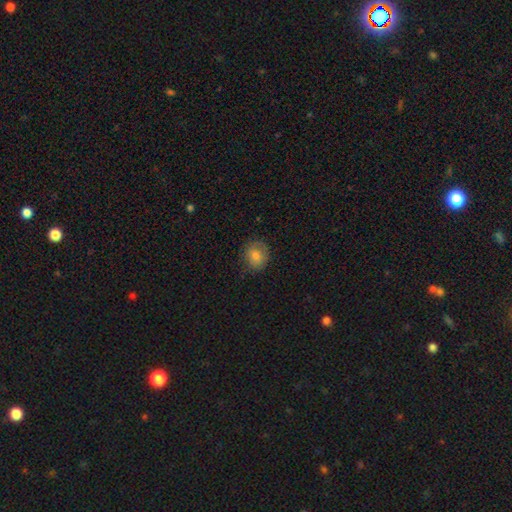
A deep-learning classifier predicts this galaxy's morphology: The model was most divided on "how rounded": round: 72%, in between: 27%, cigar-shaped: 1%. More confident: merging — none (79%); smooth or featured — smooth (76%).